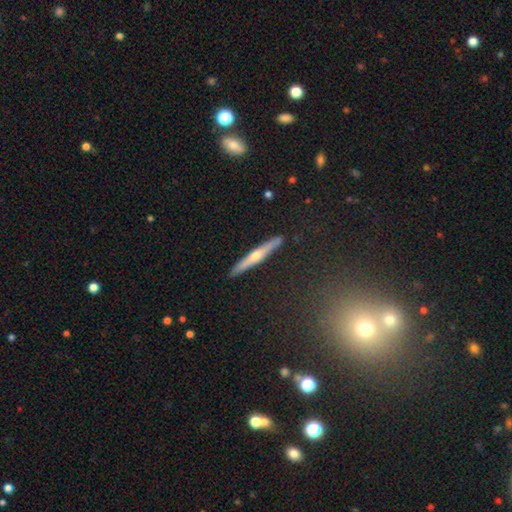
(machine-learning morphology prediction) type=featured or disk (71%); edge-on=yes (96%); edge-on bulge=rounded (85%); merging=none (90%).